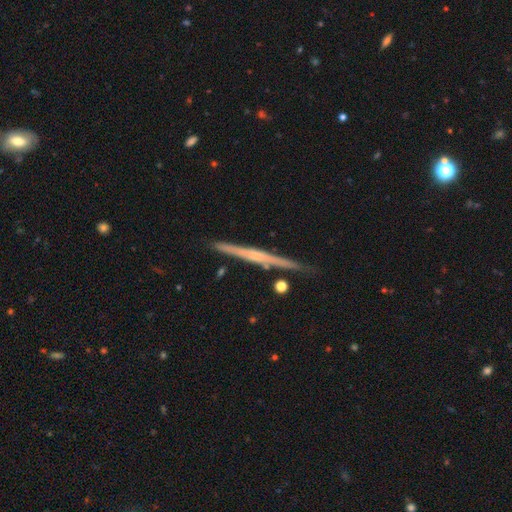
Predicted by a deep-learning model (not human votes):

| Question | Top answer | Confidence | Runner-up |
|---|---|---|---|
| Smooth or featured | featured or disk | 72% | smooth (22%) |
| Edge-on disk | yes | 98% | no (2%) |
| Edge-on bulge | none | 48% | rounded (41%) |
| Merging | none | 88% | minor disturbance (8%) |